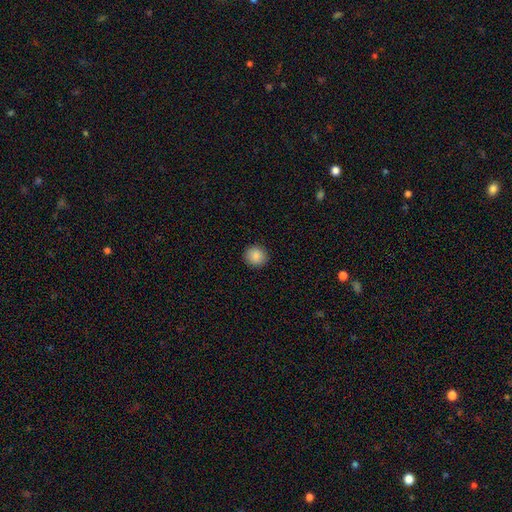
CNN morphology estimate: smooth-or-featured: smooth: 88% | star or artifact: 9% | featured or disk: 4%
  how-rounded: round: 90% | in between: 9% | cigar-shaped: 1%
  merging: none: 92% | minor disturbance: 5% | major disturbance: 2% | merger: 1%